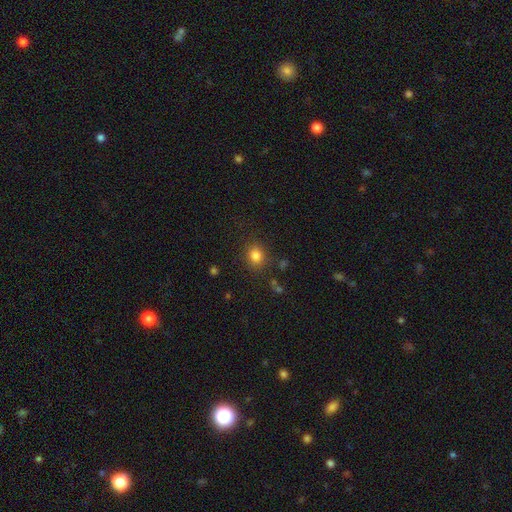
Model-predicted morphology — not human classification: Q: Smooth or featured?
A: smooth (82%); runner-up: star or artifact (12%)
Q: How rounded?
A: round (72%); runner-up: in between (27%)
Q: Merging?
A: none (84%); runner-up: minor disturbance (10%)